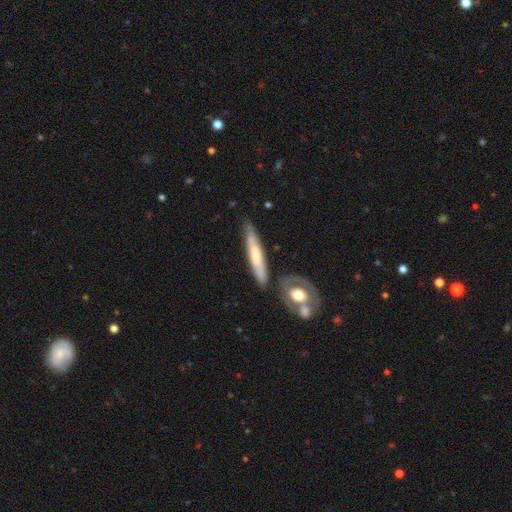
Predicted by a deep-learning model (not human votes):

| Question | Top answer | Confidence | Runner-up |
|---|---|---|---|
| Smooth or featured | featured or disk | 49% | smooth (45%) |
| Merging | none | 65% | minor disturbance (19%) |